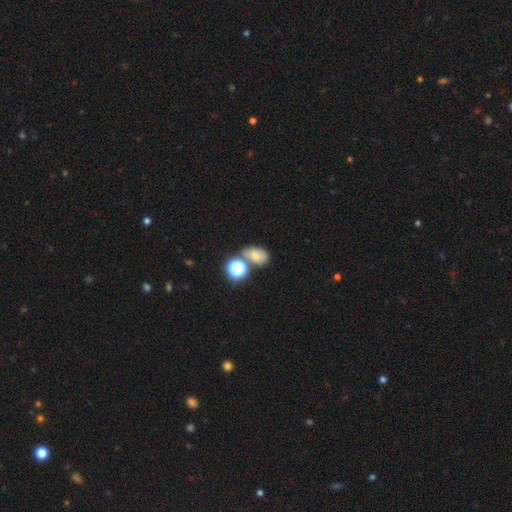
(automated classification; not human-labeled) smooth 66%, star or artifact 19%, featured or disk 15%. Down the decision tree: how rounded — in between (72%); merging — none (53%).